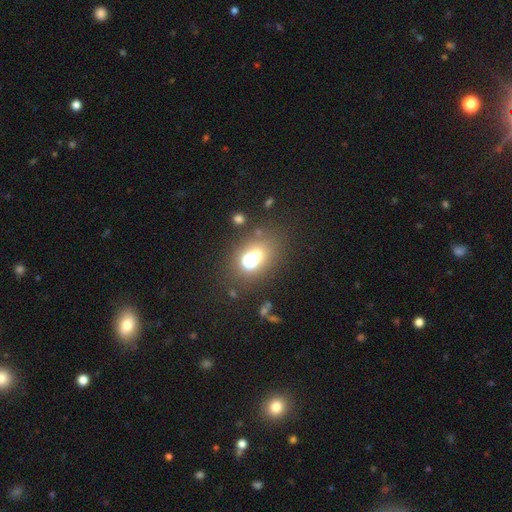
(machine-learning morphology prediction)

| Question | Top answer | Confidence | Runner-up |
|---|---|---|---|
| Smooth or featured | smooth | 50% | star or artifact (32%) |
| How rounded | round | 58% | in between (40%) |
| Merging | none | 56% | merger (25%) |